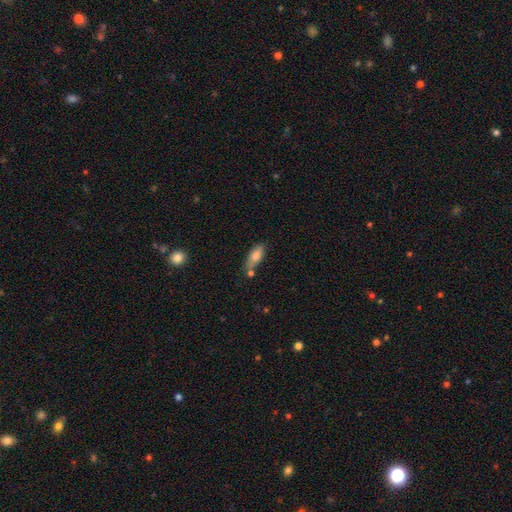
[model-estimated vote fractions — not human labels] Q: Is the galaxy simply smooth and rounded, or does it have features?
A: smooth — 75%.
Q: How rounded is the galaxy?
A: in between — 74%.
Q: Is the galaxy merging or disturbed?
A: none — 63%.